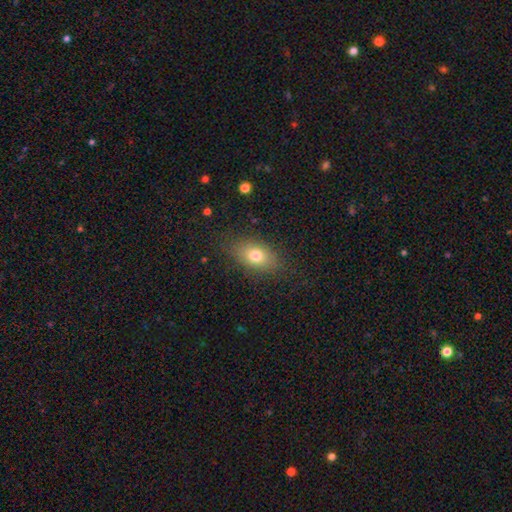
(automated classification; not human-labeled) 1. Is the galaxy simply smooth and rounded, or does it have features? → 75% smooth, 14% featured or disk, 11% star or artifact.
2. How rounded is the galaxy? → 80% in between, 16% round, 4% cigar-shaped.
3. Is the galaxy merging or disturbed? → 83% none, 12% minor disturbance, 4% major disturbance, 1% merger.